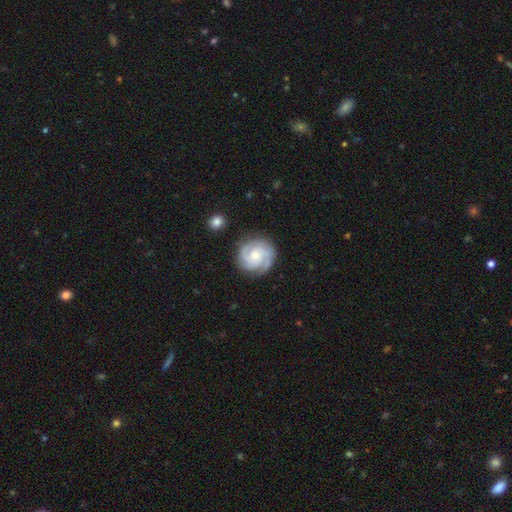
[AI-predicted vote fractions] This appears to be a featured or disk galaxy (84%) with no bar (71%), 3 (53%) tight (64%) spiral arms (98%) and a small central bulge (56%). Merging: none (82%).